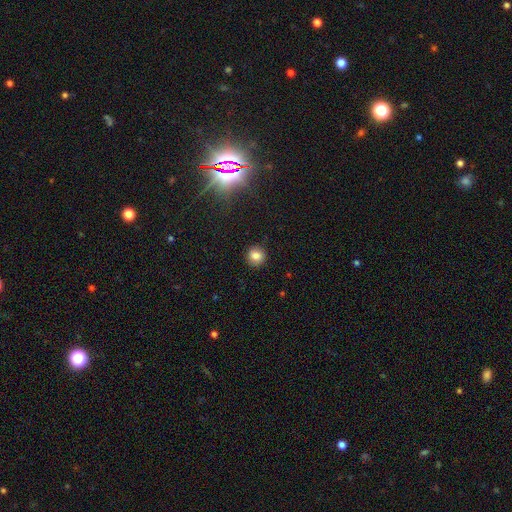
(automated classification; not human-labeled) smooth_or_featured: smooth (p=0.82) [alt: star or artifact p=0.12]
how_rounded: round (p=0.91) [alt: in between p=0.08]
merging: none (p=0.90) [alt: minor disturbance p=0.07]